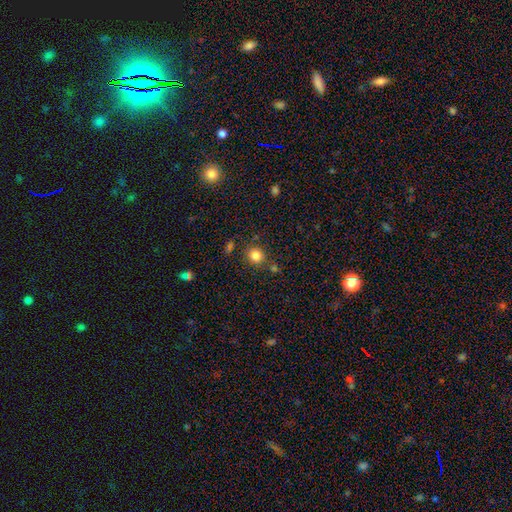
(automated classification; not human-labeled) Smooth or featured?
  - smooth: 83% *
  - star or artifact: 12%
  - featured or disk: 5%
How rounded?
  - round: 87% *
  - in between: 12%
  - cigar-shaped: 1%
Merging?
  - none: 80% *
  - minor disturbance: 9%
  - merger: 7%
  - major disturbance: 3%